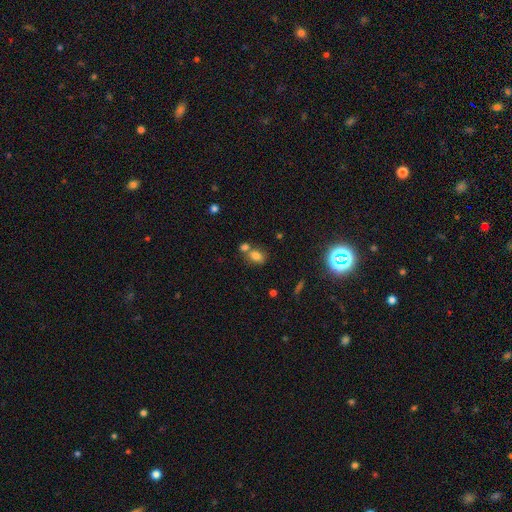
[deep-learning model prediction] A smooth galaxy with no disk features (77%) that is in between round and cigar-shaped (71%). Merging: none (49%).